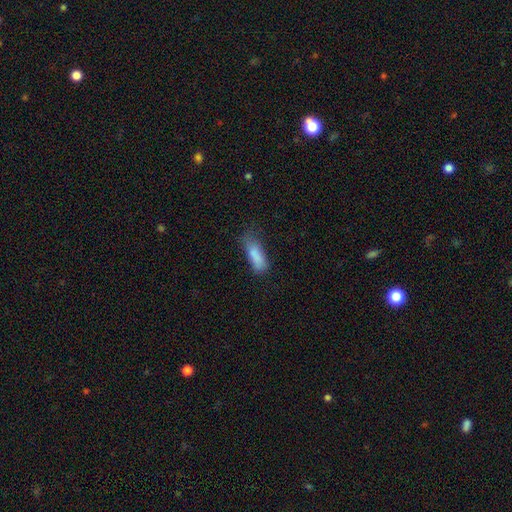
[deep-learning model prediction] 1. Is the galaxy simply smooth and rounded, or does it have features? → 83% smooth, 9% featured or disk, 8% star or artifact.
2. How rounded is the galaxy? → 68% in between, 29% cigar-shaped, 2% round.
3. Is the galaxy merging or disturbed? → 48% none, 34% minor disturbance, 15% major disturbance, 3% merger.